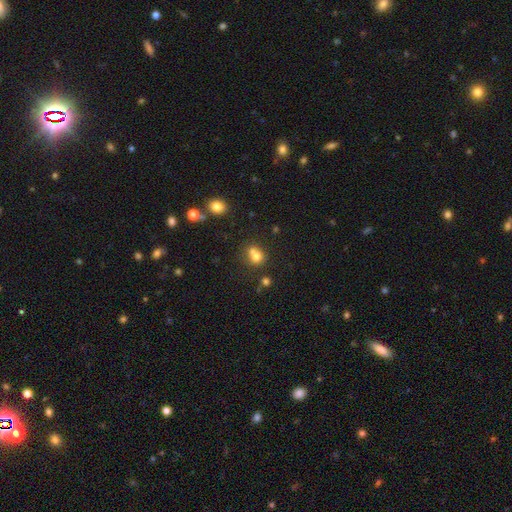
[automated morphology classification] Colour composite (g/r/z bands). It shows a smooth galaxy with no disk features (72%) that is round (69%). Merging: merger (52%).